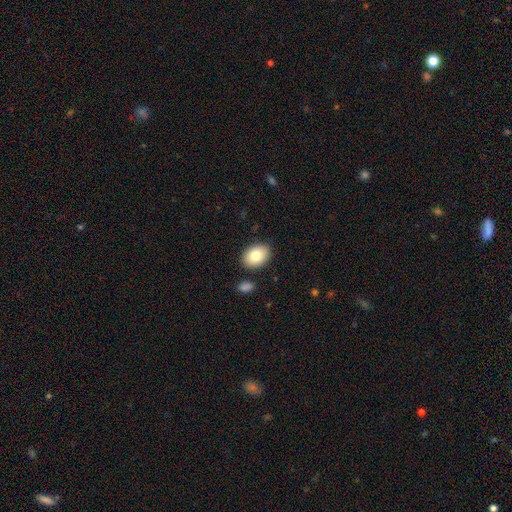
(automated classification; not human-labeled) Q: Smooth or featured?
A: smooth (82%); runner-up: featured or disk (11%)
Q: How rounded?
A: in between (80%); runner-up: round (19%)
Q: Merging?
A: none (86%); runner-up: minor disturbance (9%)